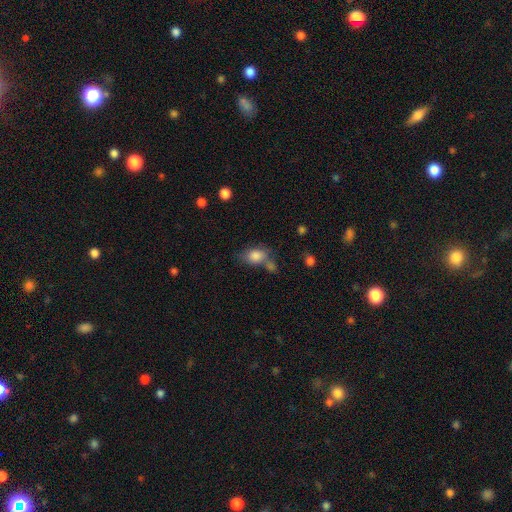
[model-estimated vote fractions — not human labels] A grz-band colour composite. It shows a smooth galaxy with no disk features (82%) that is in between round and cigar-shaped (76%). Merging: none (45%).